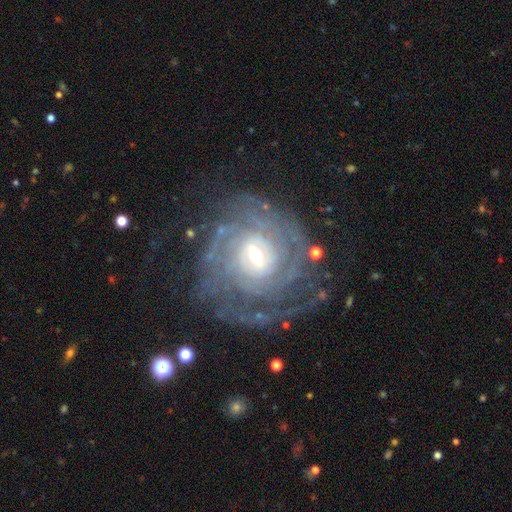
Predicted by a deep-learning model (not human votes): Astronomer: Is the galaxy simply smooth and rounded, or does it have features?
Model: featured or disk — 88%.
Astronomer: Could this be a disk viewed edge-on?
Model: no — 97%.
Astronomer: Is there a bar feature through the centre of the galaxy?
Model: weak — 52%.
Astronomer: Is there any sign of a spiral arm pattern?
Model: yes — 96%.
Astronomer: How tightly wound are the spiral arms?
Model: tight — 76%.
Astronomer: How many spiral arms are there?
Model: can't tell — 36% (runner-up: 2, 17%).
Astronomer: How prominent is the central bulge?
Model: small — 49% (runner-up: moderate, 44%).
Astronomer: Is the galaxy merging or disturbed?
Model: none — 70%.